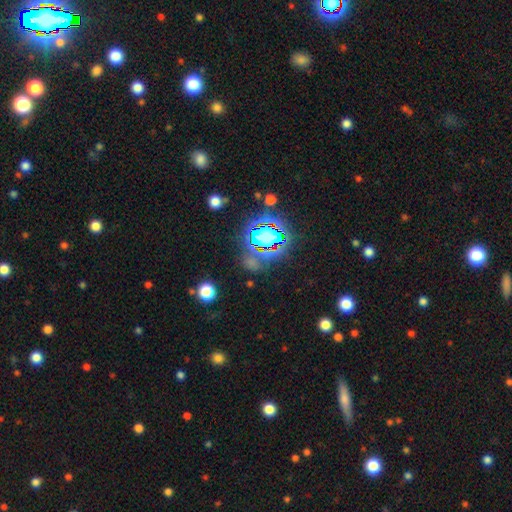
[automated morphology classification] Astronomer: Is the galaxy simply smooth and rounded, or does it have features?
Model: star or artifact — 79%.